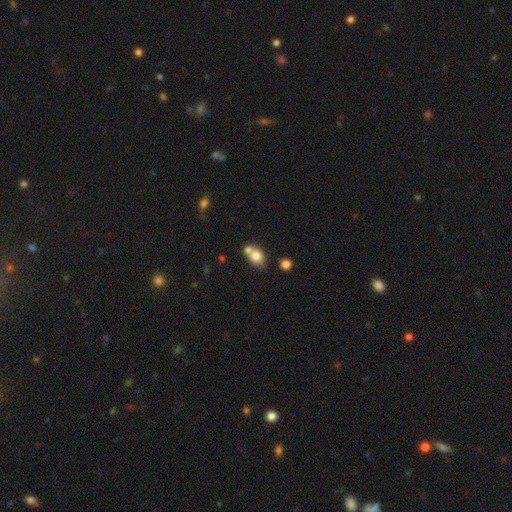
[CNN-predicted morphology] Q: Smooth or featured?
A: smooth (78%); runner-up: featured or disk (12%)
Q: How rounded?
A: in between (61%); runner-up: round (38%)
Q: Merging?
A: none (46%); runner-up: merger (36%)